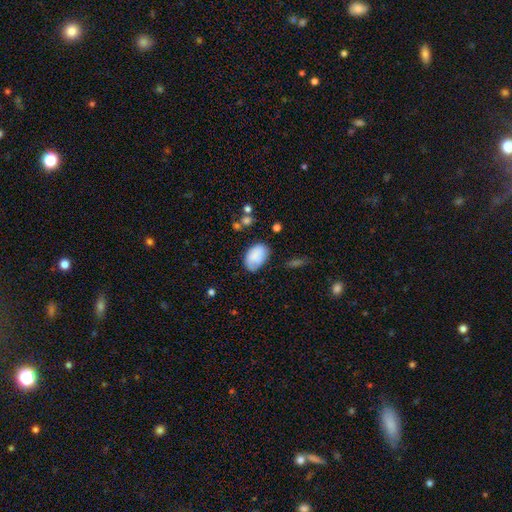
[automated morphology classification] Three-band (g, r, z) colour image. It shows a smooth galaxy with no disk features (82%) that is in between round and cigar-shaped (89%). Merging: none (68%).